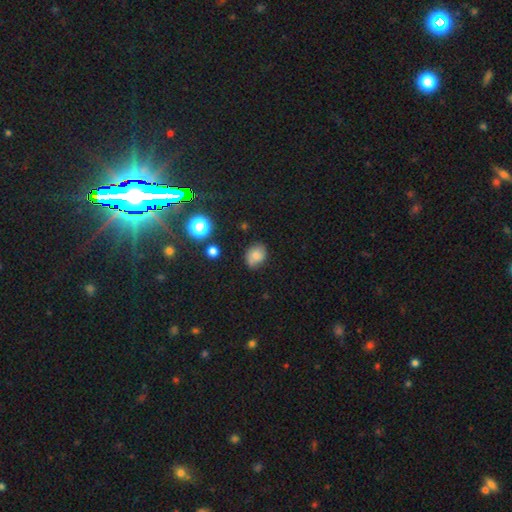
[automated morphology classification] Overall: smooth (69%). How rounded: in between (55%; round 44%). Merging: none (70%).